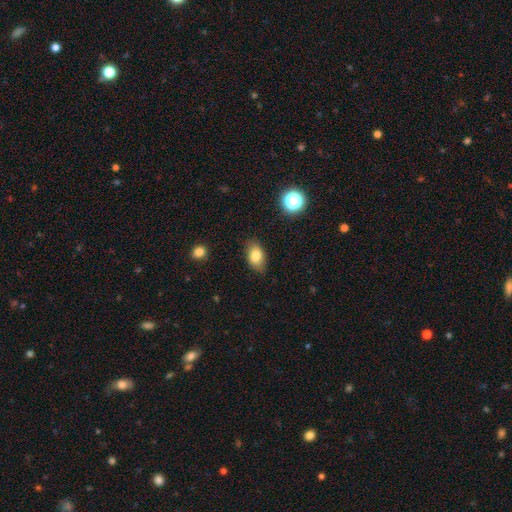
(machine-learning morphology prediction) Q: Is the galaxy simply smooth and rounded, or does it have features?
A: smooth — 80%.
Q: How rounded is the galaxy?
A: in between — 87%.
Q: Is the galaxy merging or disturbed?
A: none — 81%.